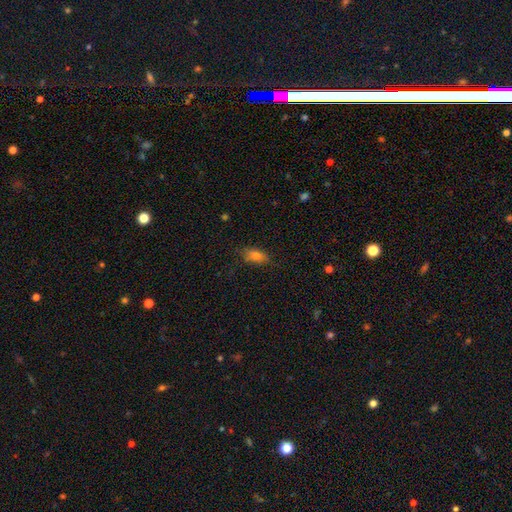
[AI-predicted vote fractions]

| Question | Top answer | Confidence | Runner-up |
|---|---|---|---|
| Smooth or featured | smooth | 78% | star or artifact (12%) |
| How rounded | in between | 83% | cigar-shaped (10%) |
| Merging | none | 77% | minor disturbance (16%) |